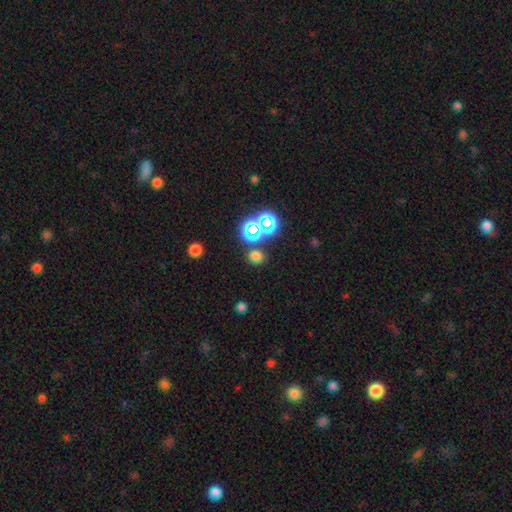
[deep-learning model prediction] This is likely a smooth galaxy (64%). How rounded: likely round (79%). Merging: clearly none (81%).